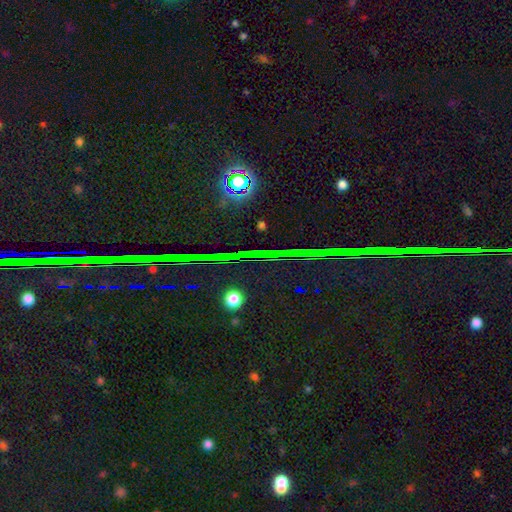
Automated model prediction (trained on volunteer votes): Smooth or featured? star or artifact (85%)